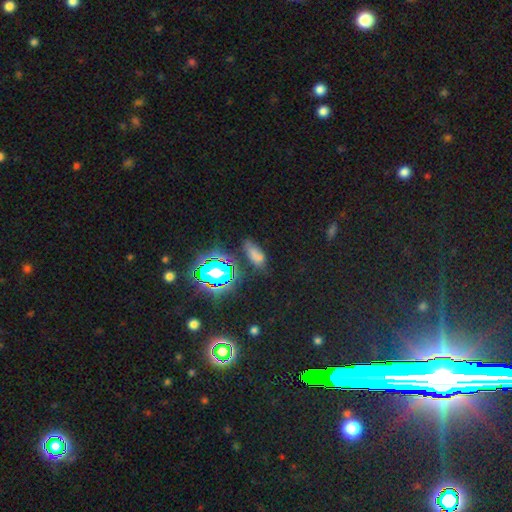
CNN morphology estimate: Smooth or featured? Predicted: smooth (p=0.52). How rounded? Predicted: in between (p=0.75). Merging? Predicted: none (p=0.62).